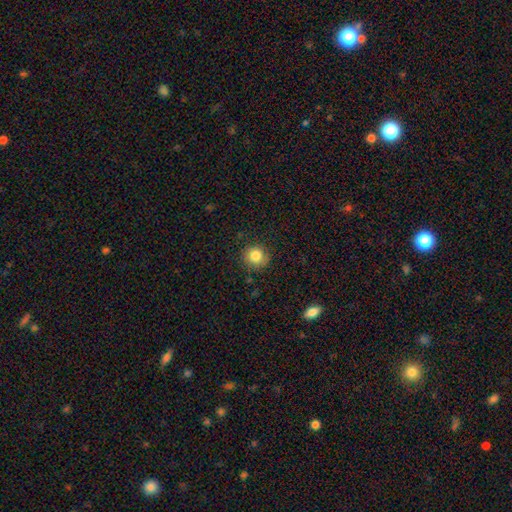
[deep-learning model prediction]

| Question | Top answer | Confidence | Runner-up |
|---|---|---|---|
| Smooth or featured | smooth | 84% | star or artifact (10%) |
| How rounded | round | 91% | in between (8%) |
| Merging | none | 87% | minor disturbance (9%) |